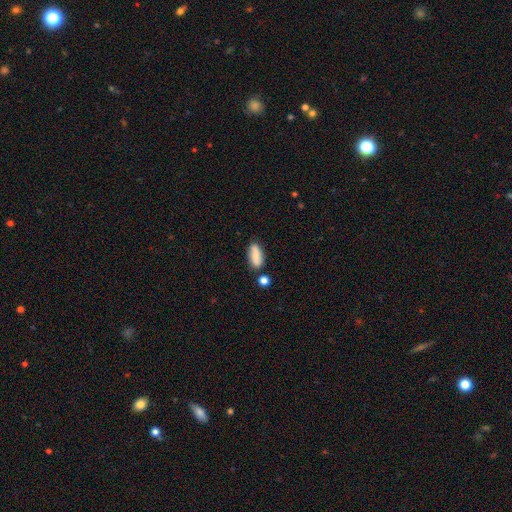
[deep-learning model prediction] The model was most divided on "how rounded": in between: 75%, cigar-shaped: 21%, round: 4%. More confident: smooth or featured — smooth (78%); merging — none (71%).